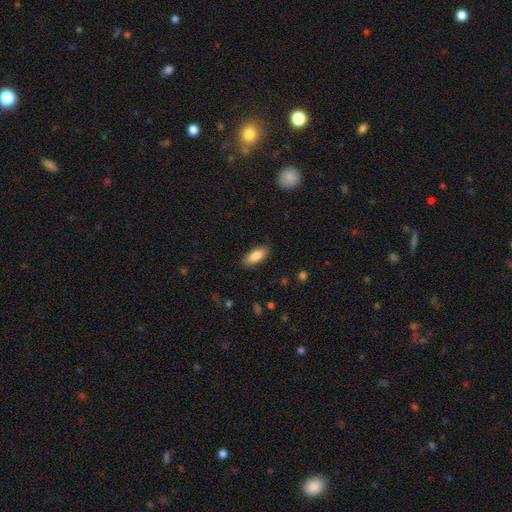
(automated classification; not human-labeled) Morphology: type=smooth (85%); roundness=in between (84%); merging=none (88%).